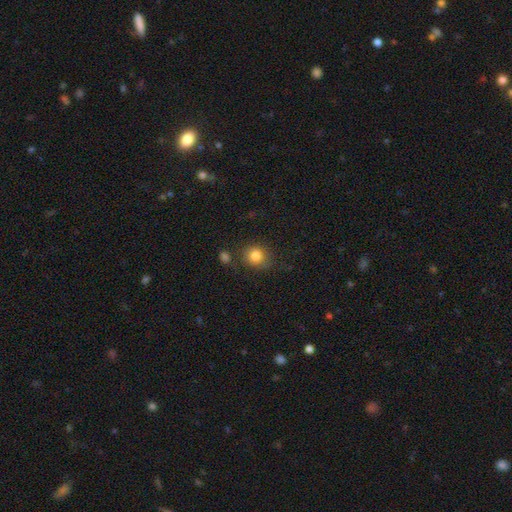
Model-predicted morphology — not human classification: Smooth or featured? Predicted: smooth (p=0.83). How rounded? Predicted: round (p=0.84). Merging? Predicted: none (p=0.75).